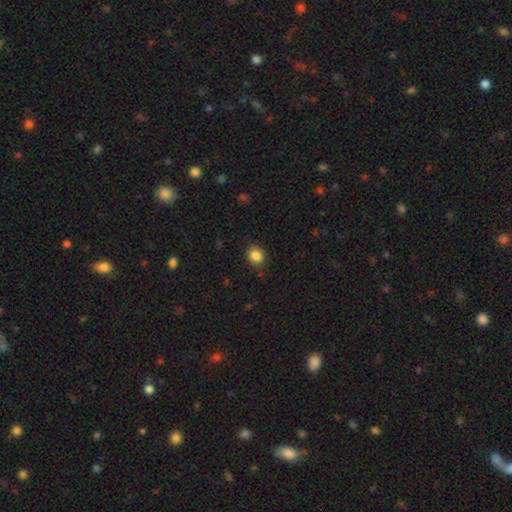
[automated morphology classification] type=smooth (86%); roundness=round (63%); merging=none (85%).